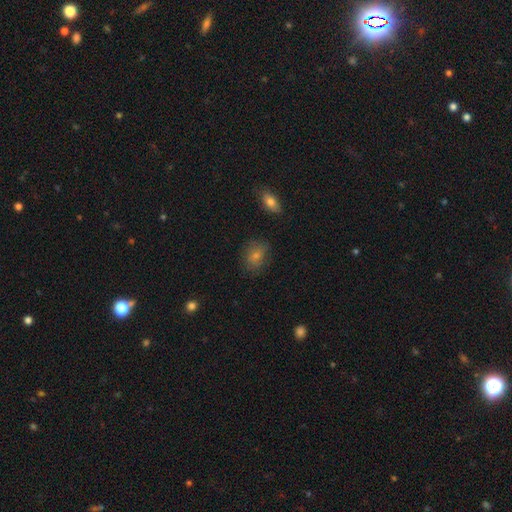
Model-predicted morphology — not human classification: Smooth or featured?
  - smooth: 67% *
  - star or artifact: 17%
  - featured or disk: 16%
How rounded?
  - in between: 56% *
  - round: 42%
  - cigar-shaped: 2%
Merging?
  - none: 80% *
  - minor disturbance: 15%
  - major disturbance: 4%
  - merger: 2%